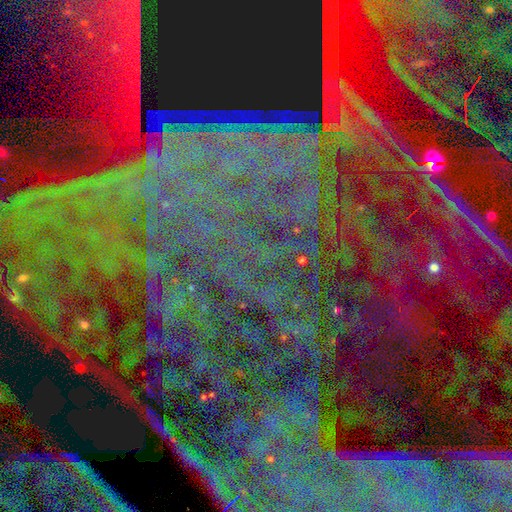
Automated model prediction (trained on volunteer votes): This is clearly a star or artifact rather than a galaxy (88%).